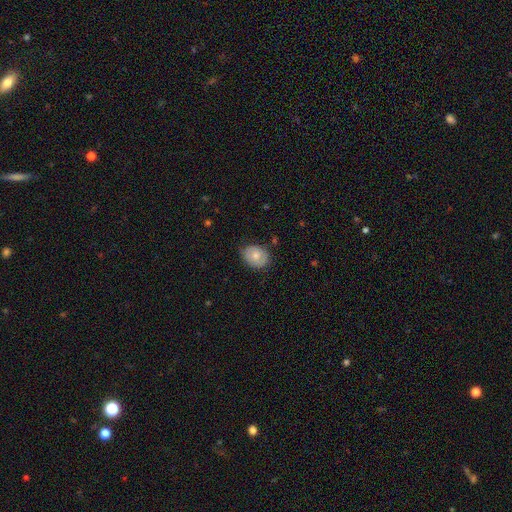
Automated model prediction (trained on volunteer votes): smooth-or-featured: smooth: 67% | featured or disk: 26% | star or artifact: 7%
  how-rounded: in between: 51% | round: 48% | cigar-shaped: 1%
  merging: none: 76% | minor disturbance: 19% | major disturbance: 4% | merger: 1%